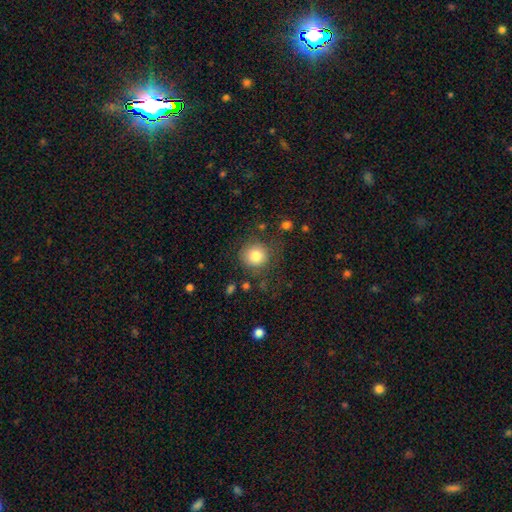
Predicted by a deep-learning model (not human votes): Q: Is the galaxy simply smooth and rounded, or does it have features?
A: smooth — 83%.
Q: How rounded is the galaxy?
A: round — 92%.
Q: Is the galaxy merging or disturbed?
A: none — 78%.